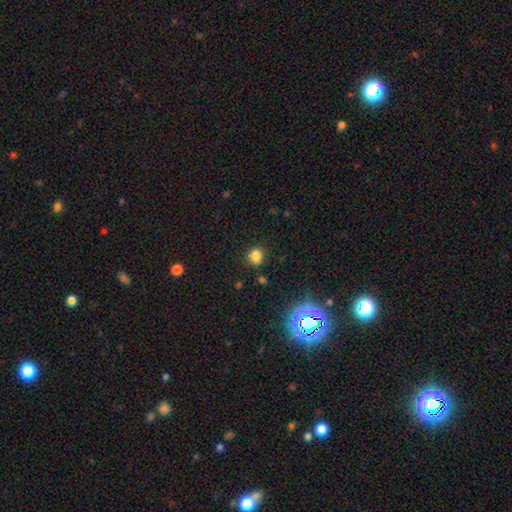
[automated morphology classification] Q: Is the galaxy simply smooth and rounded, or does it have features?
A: smooth — 77%.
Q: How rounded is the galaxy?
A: round — 64%.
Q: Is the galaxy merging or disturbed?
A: none — 74%.